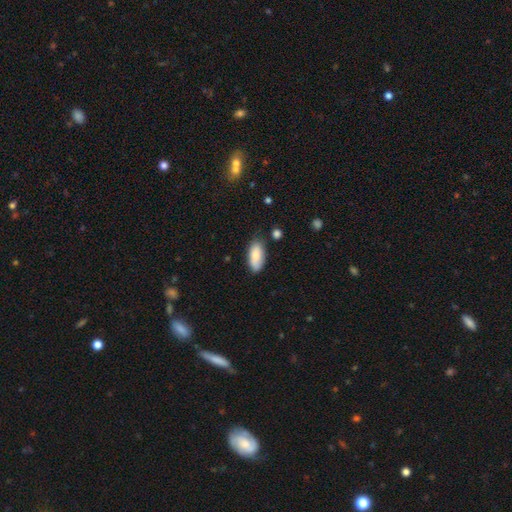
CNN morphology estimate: A smooth galaxy with no disk features (84%) that is in between round and cigar-shaped (89%).

Vote fractions:
- Smooth or featured? smooth: 84% / featured or disk: 10% / star or artifact: 6%
- How rounded? in between: 89% / cigar-shaped: 9% / round: 2%
- Merging? none: 73% / minor disturbance: 20% / major disturbance: 4% / merger: 3%